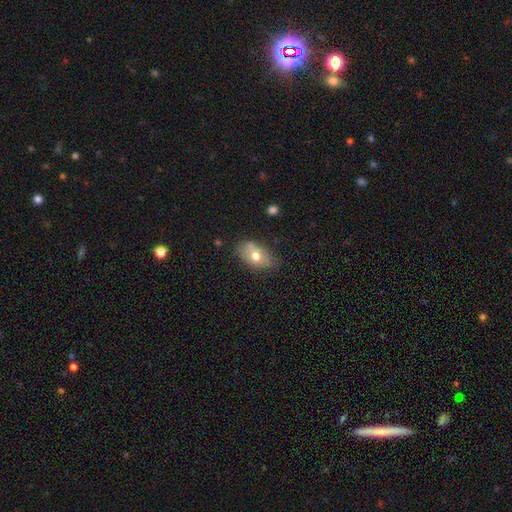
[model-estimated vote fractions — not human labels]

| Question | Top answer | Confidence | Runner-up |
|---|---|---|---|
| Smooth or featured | smooth | 68% | featured or disk (23%) |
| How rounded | in between | 84% | round (14%) |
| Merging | none | 61% | minor disturbance (22%) |